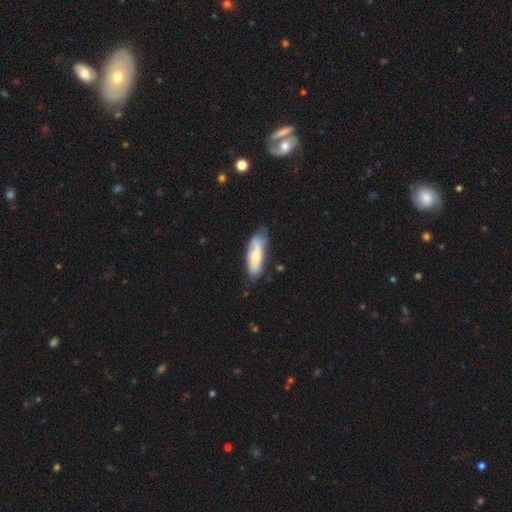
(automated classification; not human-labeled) This is possibly a smooth galaxy (59%). How rounded: possibly in between (57%). Merging: possibly none (53%).